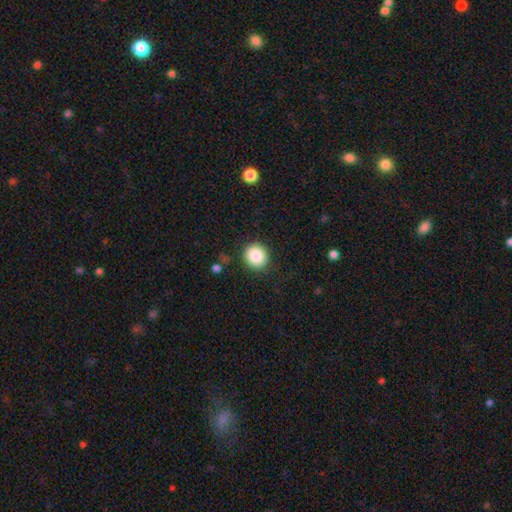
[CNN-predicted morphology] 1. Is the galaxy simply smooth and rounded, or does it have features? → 87% smooth, 9% star or artifact, 4% featured or disk.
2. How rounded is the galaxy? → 90% round, 9% in between, 1% cigar-shaped.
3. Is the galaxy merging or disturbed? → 89% none, 7% minor disturbance, 3% major disturbance, 1% merger.